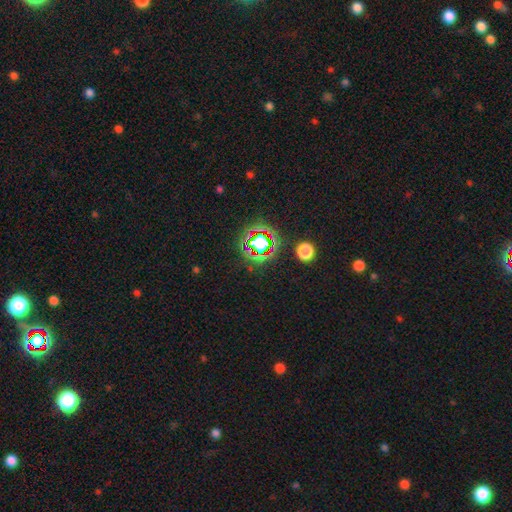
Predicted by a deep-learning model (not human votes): smooth-or-featured: star or artifact: 80% | smooth: 12% | featured or disk: 8%